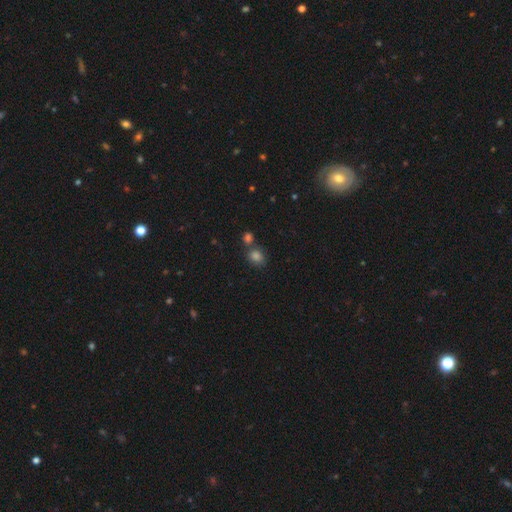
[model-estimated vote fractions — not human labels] Smooth or featured: smooth — 77% (star or artifact — 17%)
How rounded: round — 66% (in between — 33%)
Merging: none — 66% (merger — 22%)